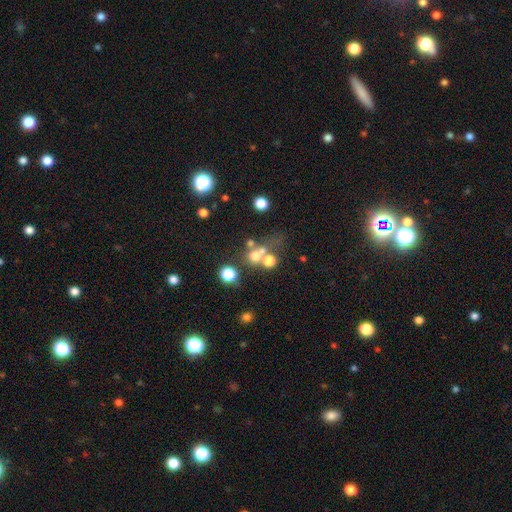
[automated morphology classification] Smooth or featured? Predicted: smooth (p=0.59). How rounded? Predicted: round (p=0.87). Merging? Predicted: none (p=0.47).